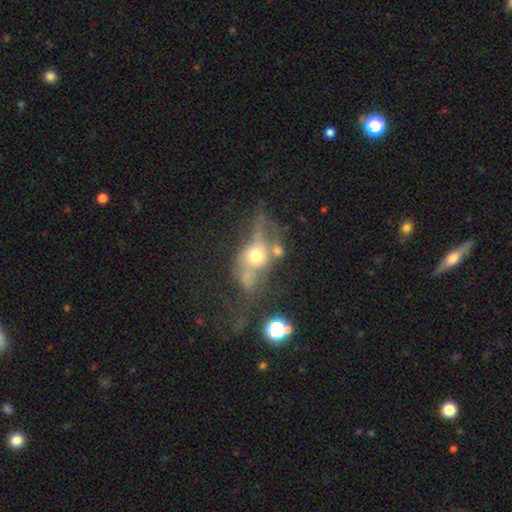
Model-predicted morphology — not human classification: Smooth or featured? Predicted: featured or disk (p=0.45). Merging? Predicted: major disturbance (p=0.34).